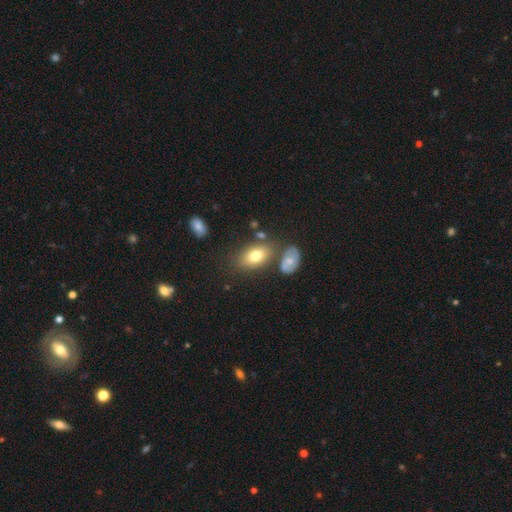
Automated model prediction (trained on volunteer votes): smooth-or-featured: smooth: 74% | featured or disk: 18% | star or artifact: 9%
  how-rounded: in between: 88% | round: 11% | cigar-shaped: 2%
  merging: none: 67% | minor disturbance: 16% | merger: 12% | major disturbance: 5%